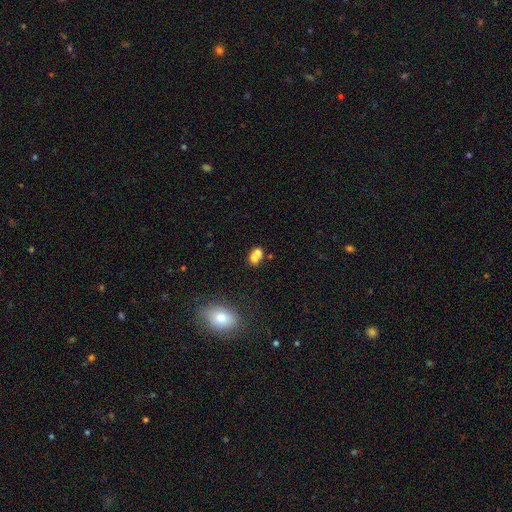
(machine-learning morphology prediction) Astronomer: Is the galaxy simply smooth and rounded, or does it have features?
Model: smooth — 67%.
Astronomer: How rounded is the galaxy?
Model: in between — 51% (runner-up: round, 48%).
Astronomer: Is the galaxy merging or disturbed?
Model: merger — 58%.